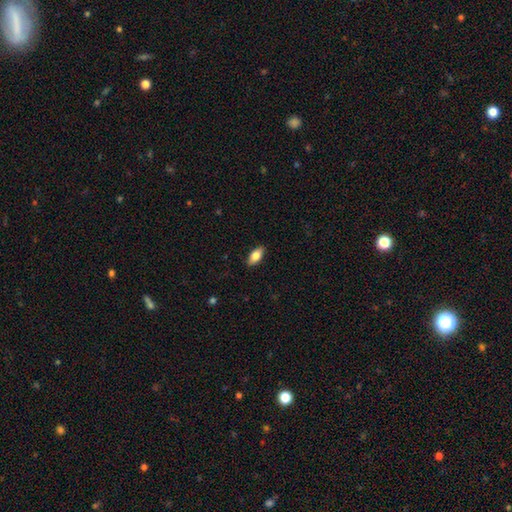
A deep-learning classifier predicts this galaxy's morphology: This is likely a smooth galaxy (77%). How rounded: clearly in between (87%). Merging: clearly none (88%).